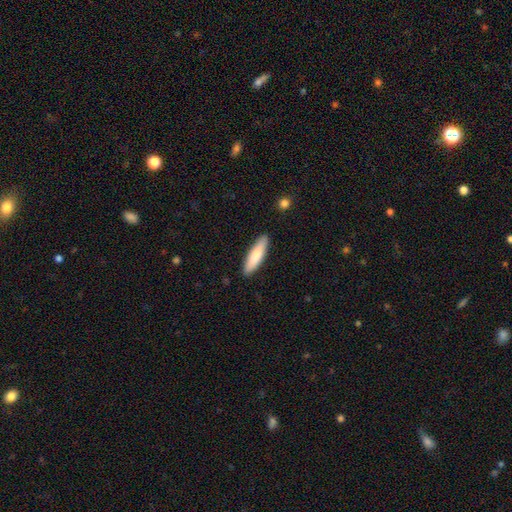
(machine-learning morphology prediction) A smooth galaxy with no disk features (79%) that is cigar-shaped (70%).

Vote fractions:
- Smooth or featured? smooth: 79% / featured or disk: 15% / star or artifact: 5%
- How rounded? cigar-shaped: 70% / in between: 29% / round: 1%
- Merging? none: 89% / minor disturbance: 8% / major disturbance: 2% / merger: 1%